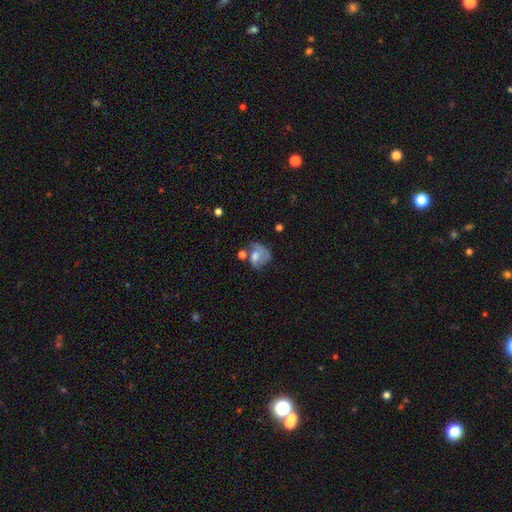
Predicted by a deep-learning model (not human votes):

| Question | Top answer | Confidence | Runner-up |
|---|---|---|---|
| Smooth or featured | smooth | 53% | featured or disk (35%) |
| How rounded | round | 52% | in between (47%) |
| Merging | none | 32% | major disturbance (28%) |